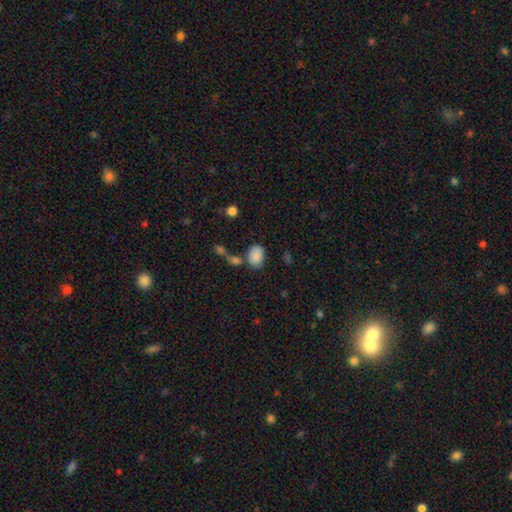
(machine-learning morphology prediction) smooth-or-featured: smooth: 85% | star or artifact: 9% | featured or disk: 6%
  how-rounded: in between: 79% | round: 20% | cigar-shaped: 1%
  merging: none: 61% | merger: 18% | minor disturbance: 15% | major disturbance: 6%